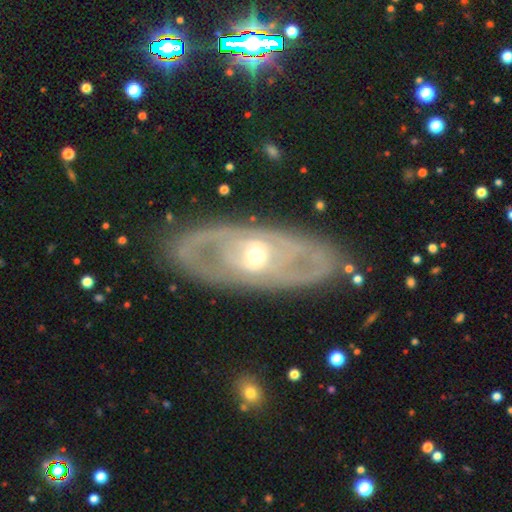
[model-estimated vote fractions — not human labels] Smooth or featured? featured or disk (81%)
Edge-on disk? no (88%)
Bar? no (63%)
Spiral arms? yes (61%)
Bulge size? moderate (52%)
Merging? none (83%)